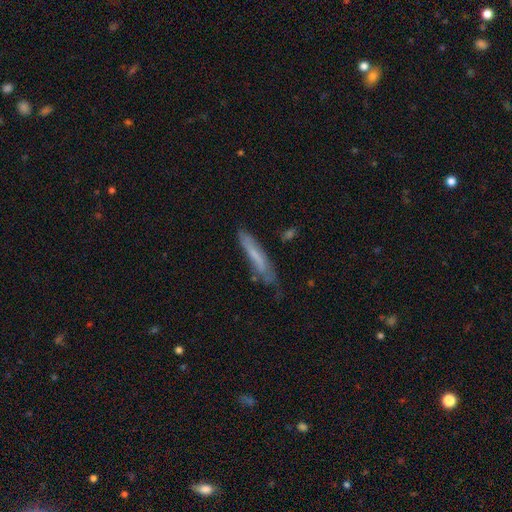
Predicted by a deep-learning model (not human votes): Smooth or featured? Predicted: smooth (p=0.54). How rounded? Predicted: cigar-shaped (p=0.89). Merging? Predicted: none (p=0.60).